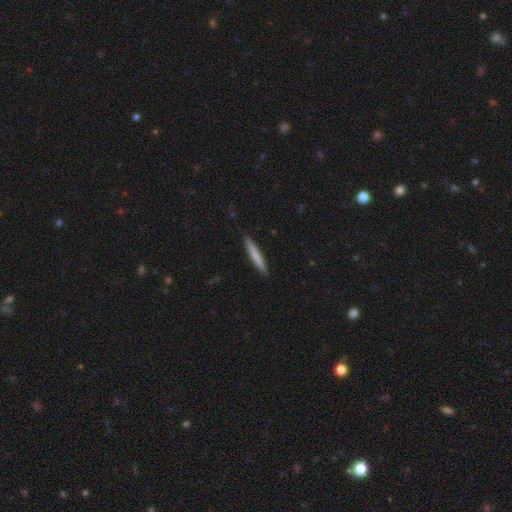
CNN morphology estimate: A smooth galaxy with no disk features (76%) that is cigar-shaped (96%). Merging: none (92%).